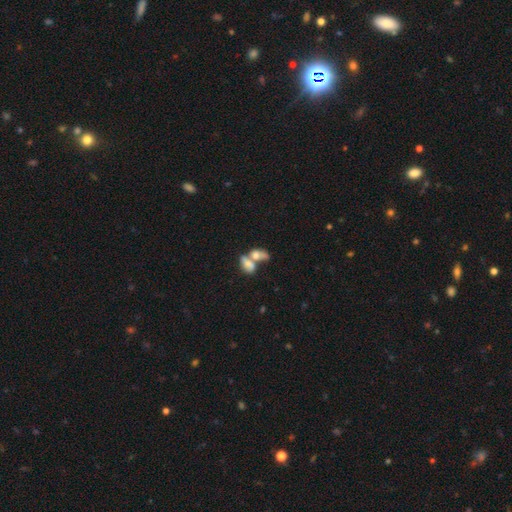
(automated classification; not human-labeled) smooth_or_featured: smooth (p=0.42) [alt: star or artifact p=0.35]
merging: none (p=0.47) [alt: merger p=0.36]